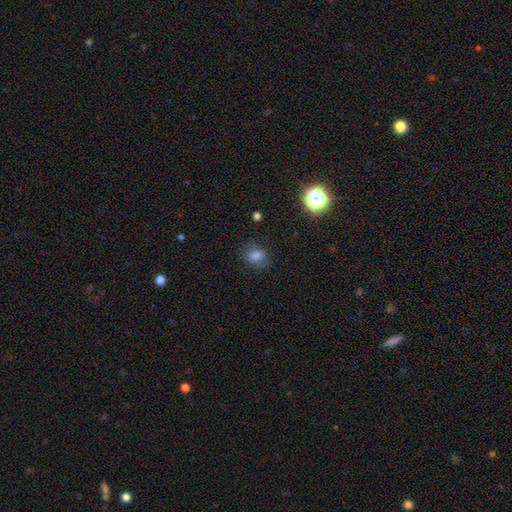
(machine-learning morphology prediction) This is likely a smooth galaxy (73%). How rounded: possibly in between (57%). Merging: likely none (76%).